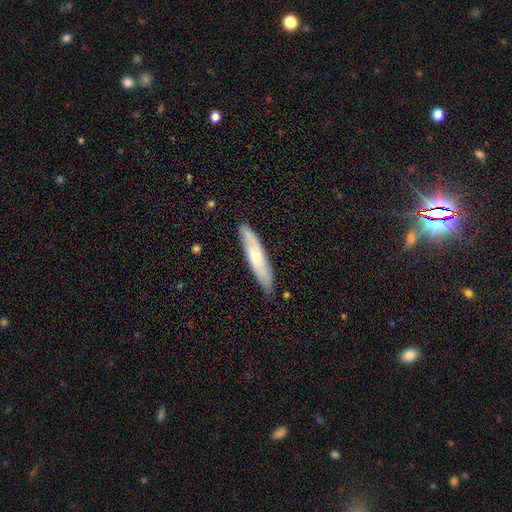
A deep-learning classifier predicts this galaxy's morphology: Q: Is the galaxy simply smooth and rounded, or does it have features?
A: smooth — 49%.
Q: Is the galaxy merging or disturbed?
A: none — 82%.